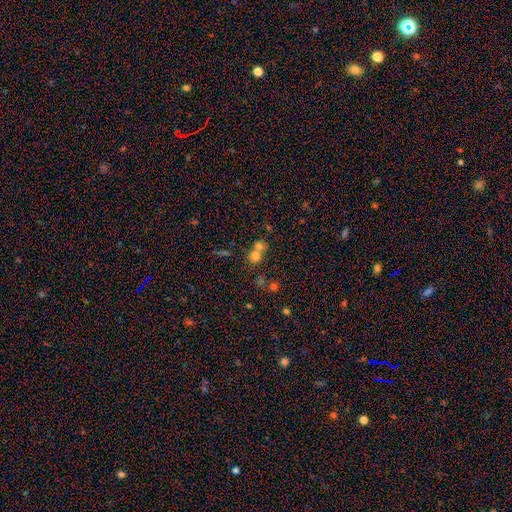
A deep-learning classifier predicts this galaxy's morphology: A smooth galaxy with no disk features (70%) that is round (83%). Merging: merger (51%).